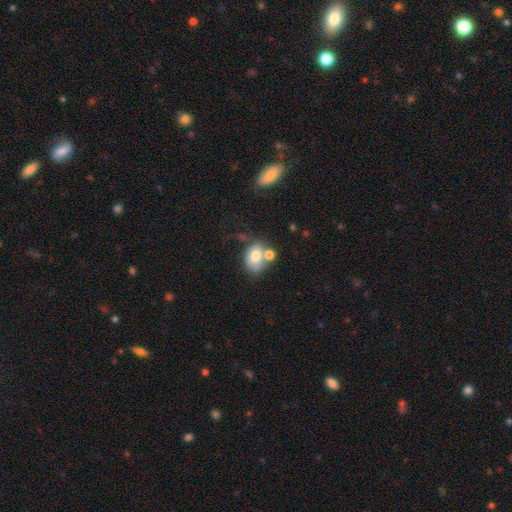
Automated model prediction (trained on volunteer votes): Morphology: type=smooth (73%); roundness=in between (74%); merging=merger (38%).